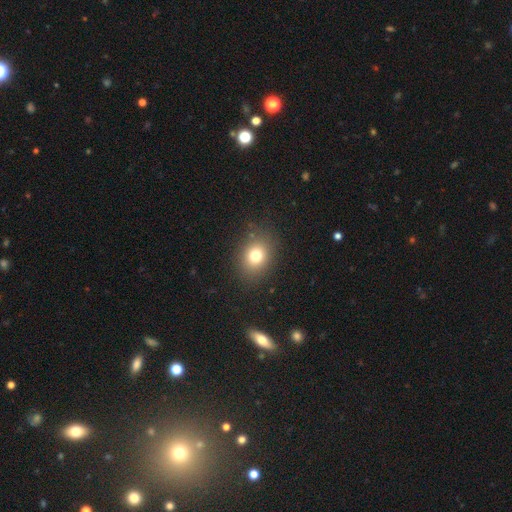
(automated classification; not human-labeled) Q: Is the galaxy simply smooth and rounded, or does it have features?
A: smooth — 75%.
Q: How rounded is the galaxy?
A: round — 53%.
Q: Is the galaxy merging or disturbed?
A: none — 83%.